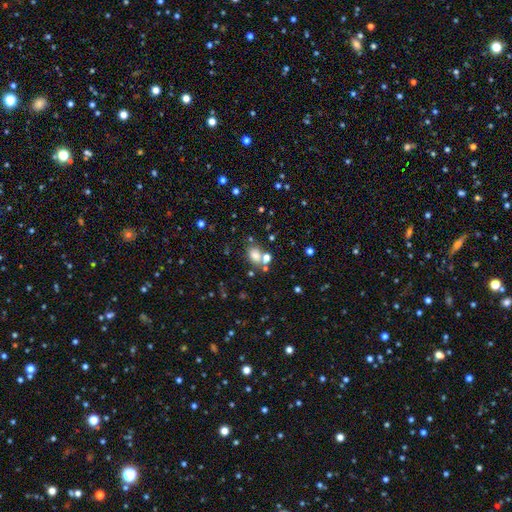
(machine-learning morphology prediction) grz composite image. It shows a smooth galaxy with no disk features (72%) that is in between round and cigar-shaped (58%). Merging: none (57%).